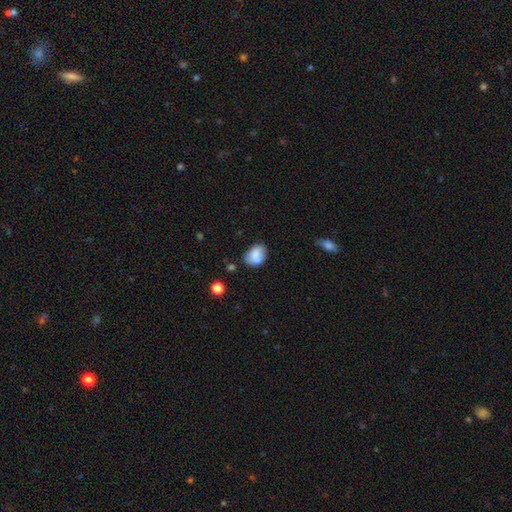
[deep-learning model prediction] This appears to be a smooth galaxy with no disk features (74%) that is in between round and cigar-shaped (74%). Merging: none (52%).